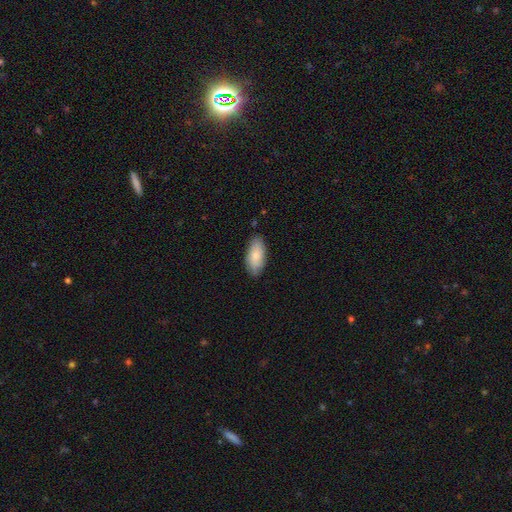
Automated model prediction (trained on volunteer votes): The model was most divided on "merging": none: 79%, minor disturbance: 17%, major disturbance: 3%, merger: 1%. More confident: how rounded — in between (90%); smooth or featured — smooth (79%).